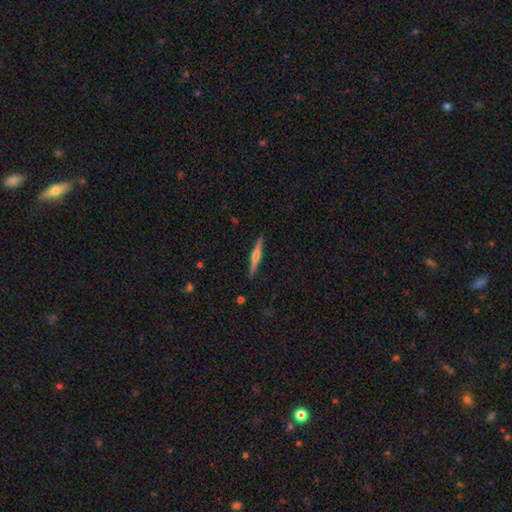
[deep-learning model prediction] Smooth or featured: featured or disk — 71% (smooth — 23%)
Edge-on disk: yes — 98% (no — 2%)
Edge-on bulge: rounded — 83% (boxy — 10%)
Merging: none — 91% (minor disturbance — 6%)